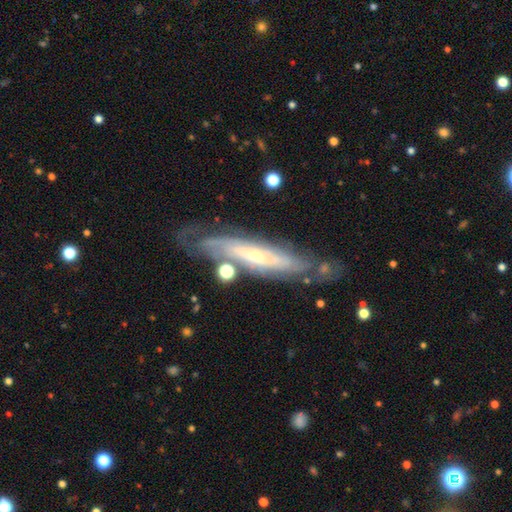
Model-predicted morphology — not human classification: This is likely a featured or disk galaxy (78%). It is likely not viewed edge-on (60%). Merging: likely none (68%).